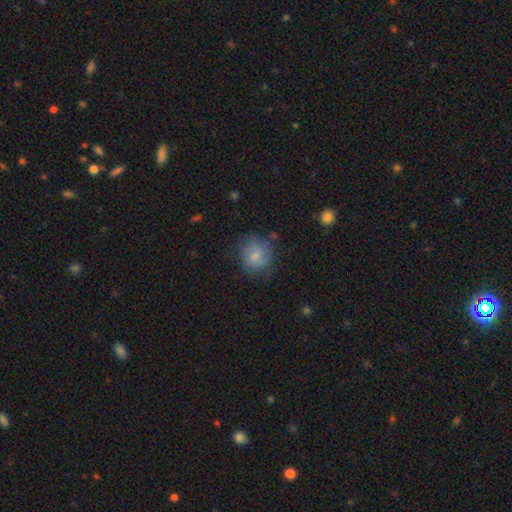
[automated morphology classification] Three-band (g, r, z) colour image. It shows a smooth galaxy with no disk features (76%) that is round (77%). Merging: none (66%).